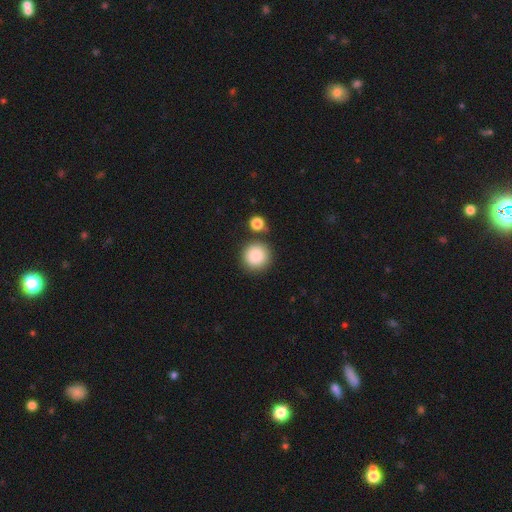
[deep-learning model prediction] The model was most divided on "merging": none: 80%, merger: 8%, minor disturbance: 8%, major disturbance: 3%. More confident: how rounded — round (95%); smooth or featured — smooth (87%).